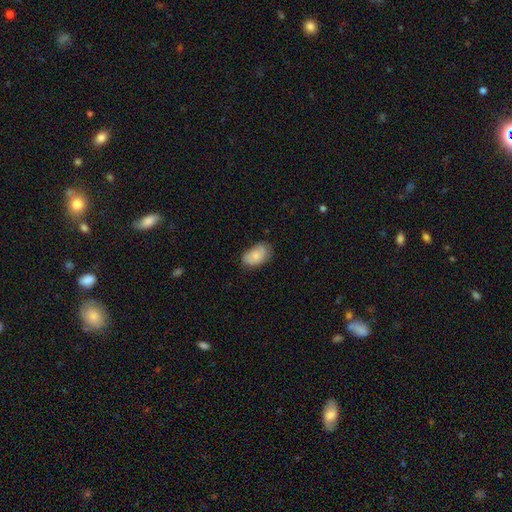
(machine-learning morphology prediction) Smooth or featured? Predicted: smooth (p=0.78). How rounded? Predicted: in between (p=0.92). Merging? Predicted: none (p=0.61).